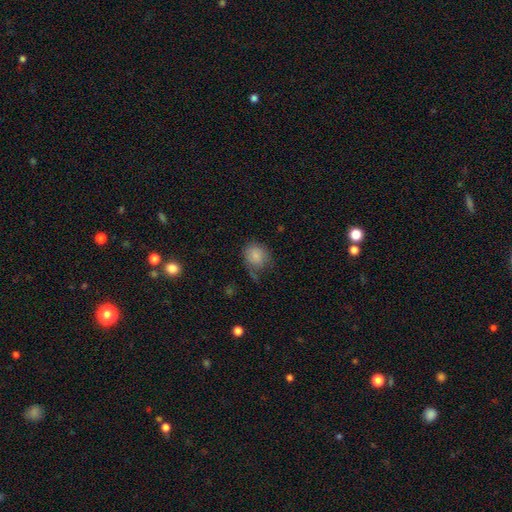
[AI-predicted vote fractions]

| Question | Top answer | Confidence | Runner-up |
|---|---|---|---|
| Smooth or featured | smooth | 80% | featured or disk (11%) |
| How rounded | round | 56% | in between (43%) |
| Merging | none | 46% | minor disturbance (31%) |